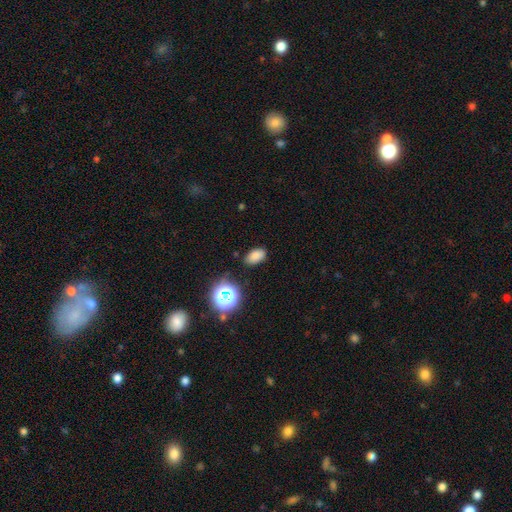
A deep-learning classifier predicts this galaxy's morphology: Smooth or featured? smooth (77%)
How rounded? in between (89%)
Merging? none (82%)